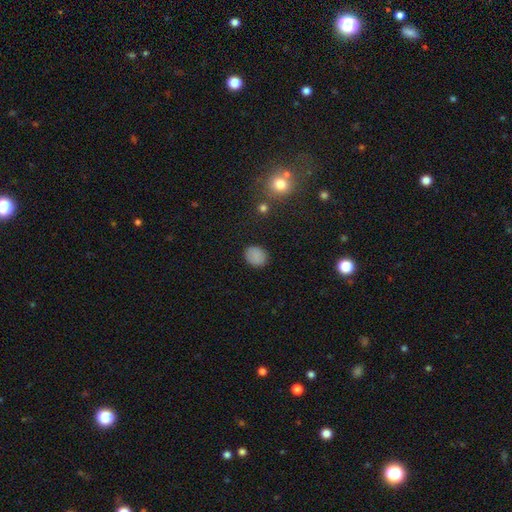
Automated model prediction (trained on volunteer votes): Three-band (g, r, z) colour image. It shows a smooth galaxy with no disk features (85%) that is round (62%). Merging: none (87%).